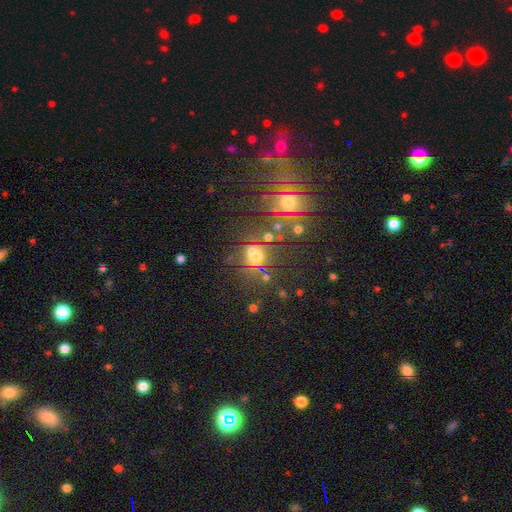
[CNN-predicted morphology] The model was most divided on "smooth or featured": smooth: 52%, star or artifact: 32%, featured or disk: 16%. More confident: how rounded — round (69%); merging — none (52%).